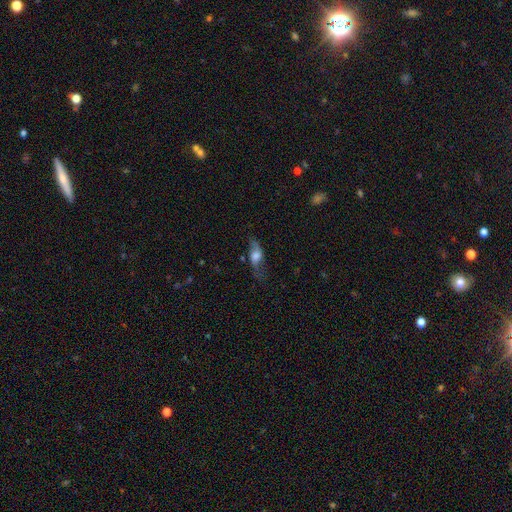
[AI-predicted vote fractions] Smooth or featured?
  - featured or disk: 46% *
  - smooth: 45%
  - star or artifact: 9%
Merging?
  - none: 56% *
  - minor disturbance: 24%
  - major disturbance: 18%
  - merger: 3%